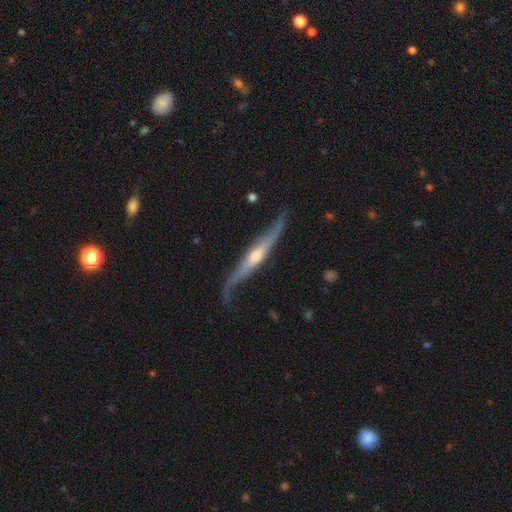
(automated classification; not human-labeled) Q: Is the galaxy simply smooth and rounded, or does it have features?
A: featured or disk — 77%.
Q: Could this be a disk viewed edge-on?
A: yes — 80%.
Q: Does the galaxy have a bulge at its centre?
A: rounded — 73%.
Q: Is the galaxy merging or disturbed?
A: none — 63%.